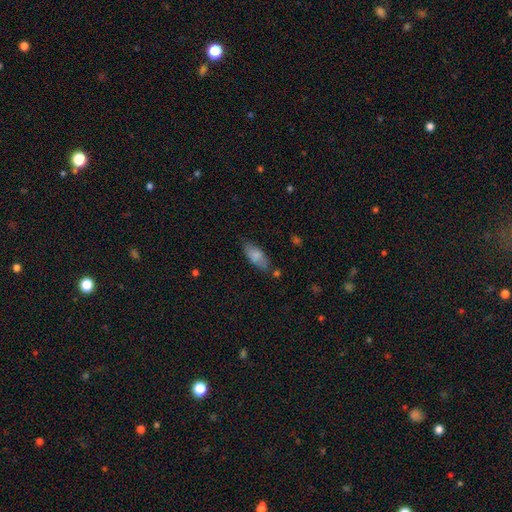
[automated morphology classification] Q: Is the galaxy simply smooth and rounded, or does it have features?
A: smooth — 82%.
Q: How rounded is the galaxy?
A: in between — 78%.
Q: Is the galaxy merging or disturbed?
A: none — 71%.